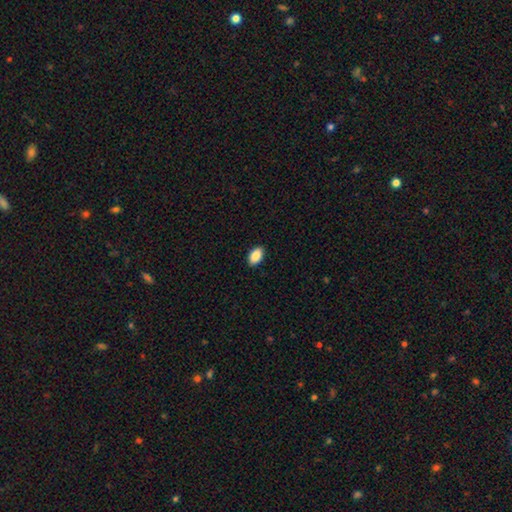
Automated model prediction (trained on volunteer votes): Smooth or featured?
  - smooth: 89% *
  - star or artifact: 7%
  - featured or disk: 4%
How rounded?
  - in between: 93% *
  - round: 5%
  - cigar-shaped: 2%
Merging?
  - none: 90% *
  - minor disturbance: 7%
  - major disturbance: 2%
  - merger: 1%